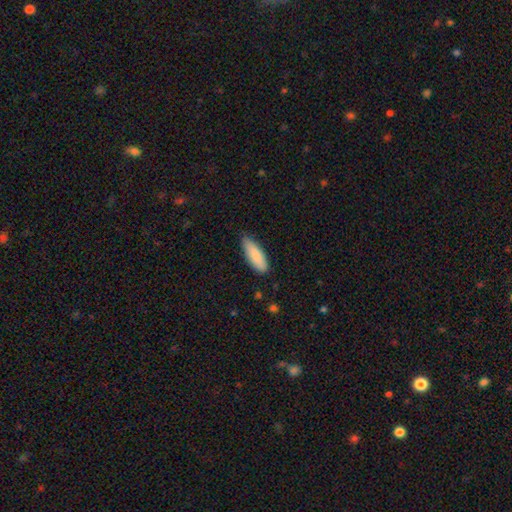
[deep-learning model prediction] The model was most divided on "how rounded": in between: 61%, cigar-shaped: 38%, round: 2%. More confident: smooth or featured — smooth (85%); merging — none (80%).